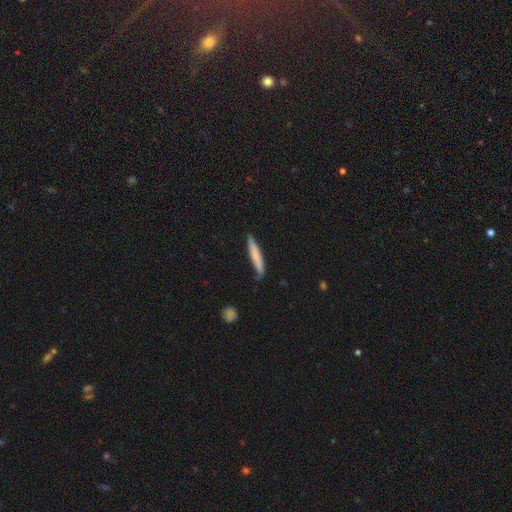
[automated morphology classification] smooth-or-featured: smooth: 72% | featured or disk: 23% | star or artifact: 5%
  how-rounded: cigar-shaped: 94% | in between: 5% | round: 1%
  merging: none: 73% | minor disturbance: 21% | major disturbance: 4% | merger: 2%